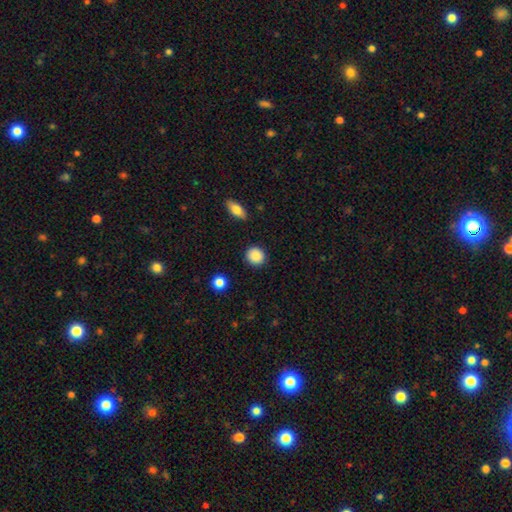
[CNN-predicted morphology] type=smooth (88%); roundness=round (89%); merging=none (90%).